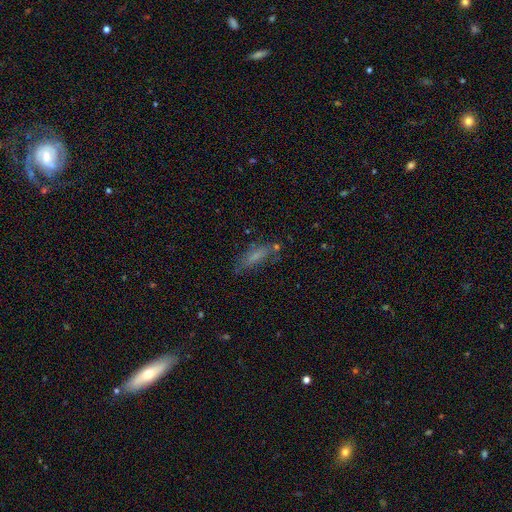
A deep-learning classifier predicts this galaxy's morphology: smooth 57%, featured or disk 31%, star or artifact 12%. Down the decision tree: how rounded — cigar-shaped (54%); merging — none (66%).